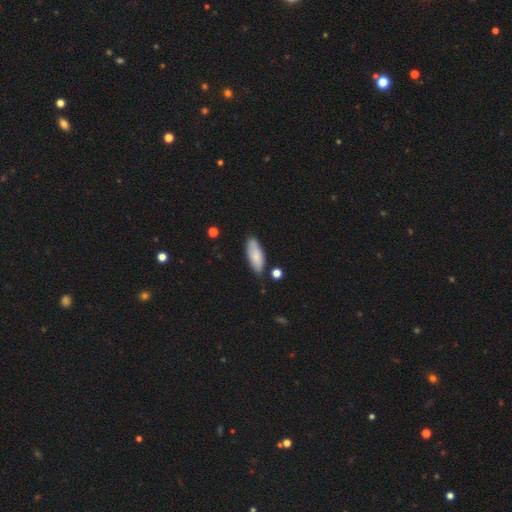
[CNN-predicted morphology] type=smooth (78%); roundness=in between (74%); merging=none (71%).